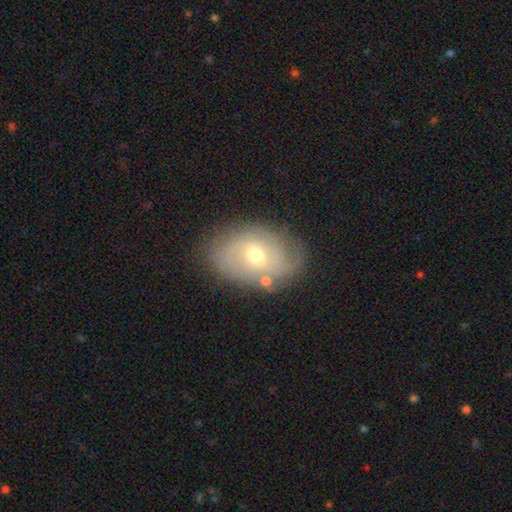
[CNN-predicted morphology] Overall: featured or disk (63%; smooth 28%). Edge-on disk: no (94%). Bar: no (56%; weak 37%). Spiral arms: yes (76%). Bulge size: moderate (63%; small 32%). Merging: none (72%).